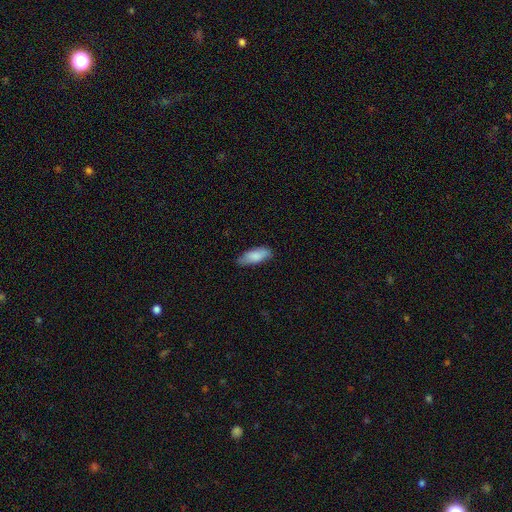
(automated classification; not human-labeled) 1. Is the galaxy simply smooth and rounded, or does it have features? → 85% smooth, 9% featured or disk, 6% star or artifact.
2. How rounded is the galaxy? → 72% in between, 26% cigar-shaped, 2% round.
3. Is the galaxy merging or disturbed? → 79% none, 17% minor disturbance, 3% major disturbance, 1% merger.